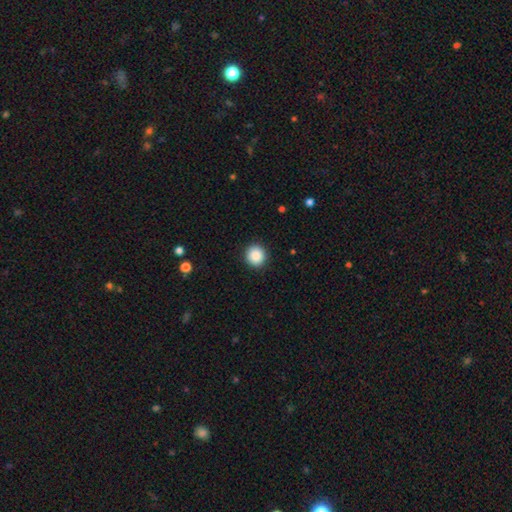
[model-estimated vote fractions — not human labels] This is clearly a smooth galaxy (88%). How rounded: clearly round (93%). Merging: clearly none (92%).